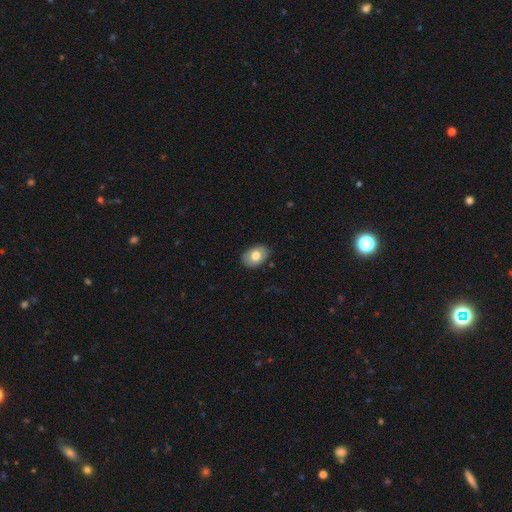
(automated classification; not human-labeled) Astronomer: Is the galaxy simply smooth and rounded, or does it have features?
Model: smooth — 72%.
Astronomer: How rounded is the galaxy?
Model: in between — 81%.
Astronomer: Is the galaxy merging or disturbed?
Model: none — 84%.